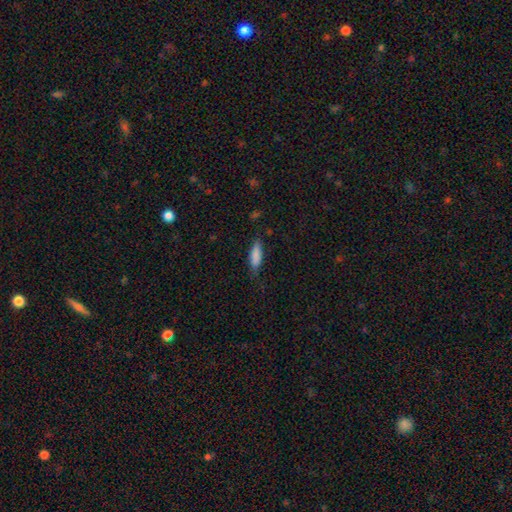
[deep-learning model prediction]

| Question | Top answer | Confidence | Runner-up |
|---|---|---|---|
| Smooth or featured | smooth | 83% | featured or disk (11%) |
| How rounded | cigar-shaped | 50% | in between (48%) |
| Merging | none | 64% | minor disturbance (27%) |